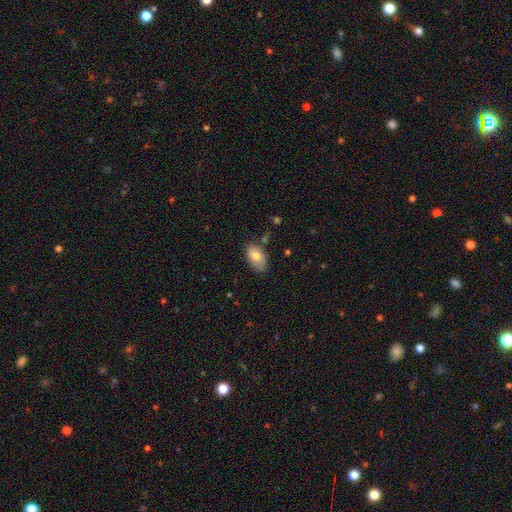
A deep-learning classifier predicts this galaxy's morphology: This is clearly a smooth galaxy (80%). How rounded: clearly in between (93%). Merging: likely none (71%).